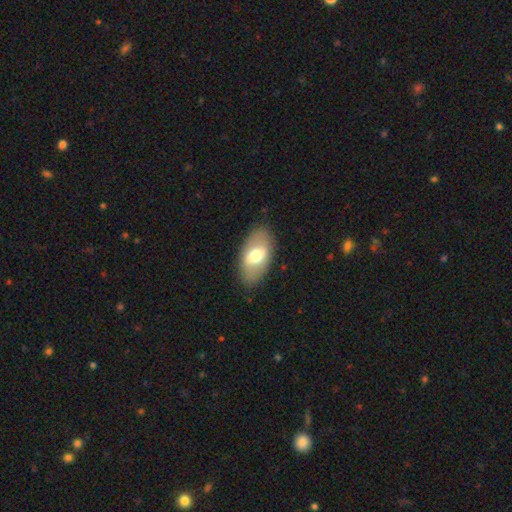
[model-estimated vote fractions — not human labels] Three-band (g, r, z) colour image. It shows a smooth galaxy with no disk features (56%) that is in between round and cigar-shaped (92%). Merging: none (83%).